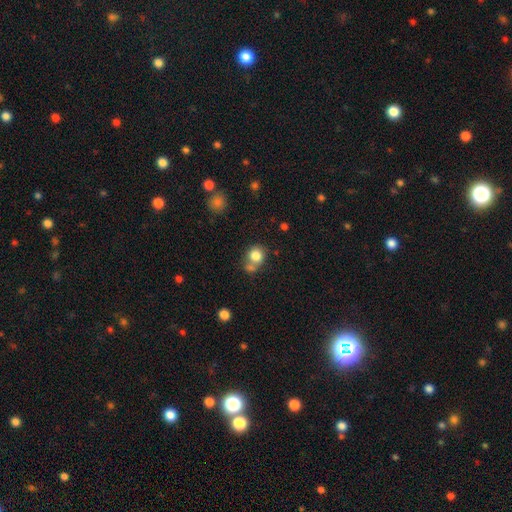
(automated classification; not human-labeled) Smooth or featured? smooth (81%)
How rounded? round (76%)
Merging? none (49%)